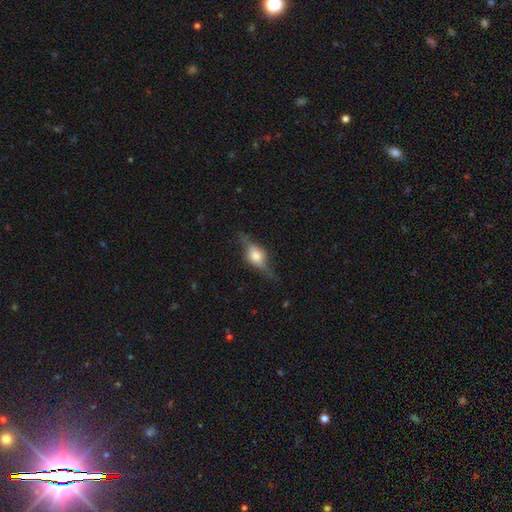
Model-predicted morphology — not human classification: A featured or disk galaxy (67%) viewed edge-on (91%) with a rounded central bulge (90%). Merging: none (71%).